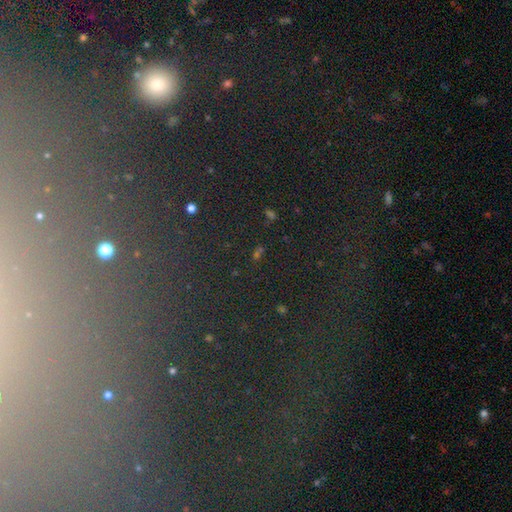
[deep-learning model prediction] Morphology: type=star or artifact (62%).